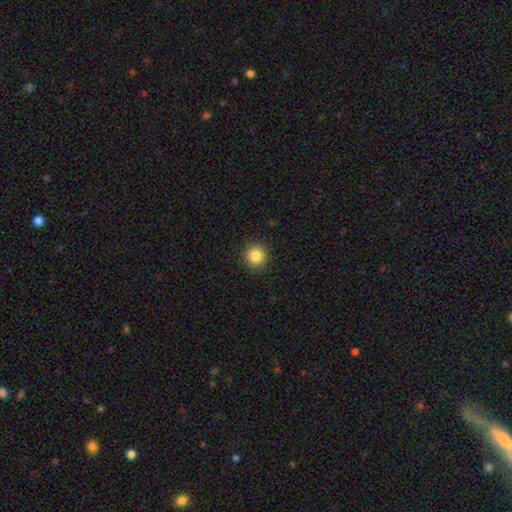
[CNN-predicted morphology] This is clearly a smooth galaxy (86%). How rounded: clearly round (94%). Merging: clearly none (91%).